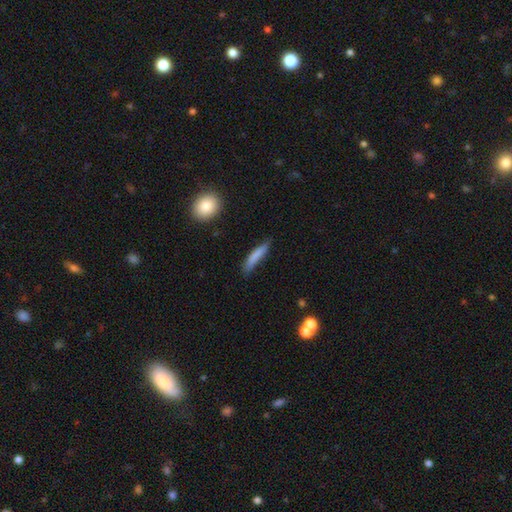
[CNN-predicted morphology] The model was most divided on "merging": none: 63%, minor disturbance: 27%, major disturbance: 7%, merger: 3%. More confident: how rounded — cigar-shaped (86%); smooth or featured — smooth (77%).